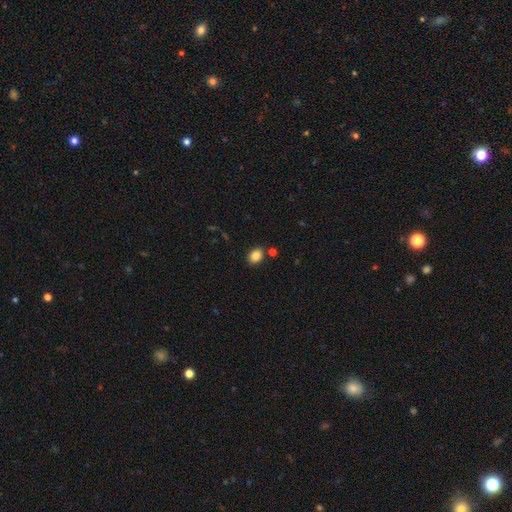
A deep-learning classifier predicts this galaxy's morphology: Q: Smooth or featured?
A: smooth (85%); runner-up: star or artifact (10%)
Q: How rounded?
A: in between (65%); runner-up: round (34%)
Q: Merging?
A: none (82%); runner-up: minor disturbance (10%)